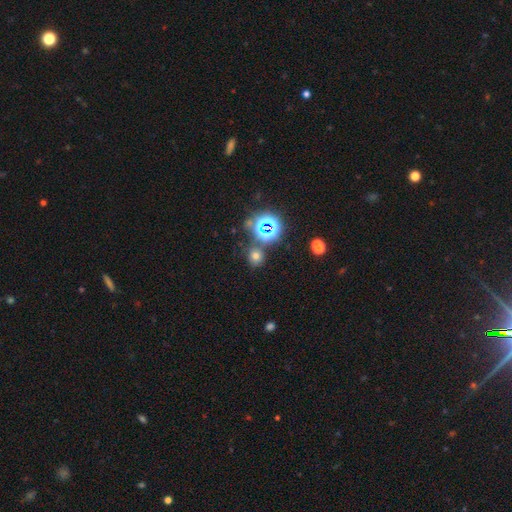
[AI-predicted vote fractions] This appears to be a smooth galaxy with no disk features (59%) that is round (80%). Merging: none (78%).